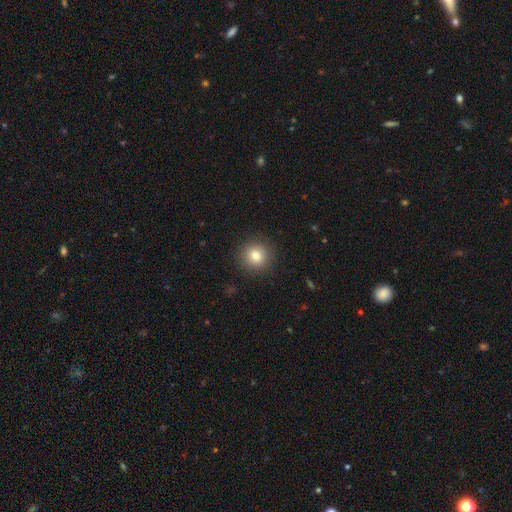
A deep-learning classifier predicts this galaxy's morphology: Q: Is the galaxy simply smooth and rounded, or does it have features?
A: smooth — 80%.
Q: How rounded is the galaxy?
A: round — 92%.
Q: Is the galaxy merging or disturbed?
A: none — 91%.